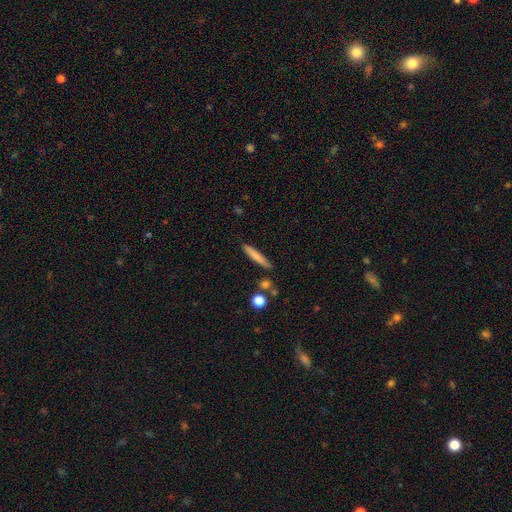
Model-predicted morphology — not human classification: Smooth or featured? Predicted: smooth (p=0.76). How rounded? Predicted: cigar-shaped (p=0.93). Merging? Predicted: none (p=0.84).